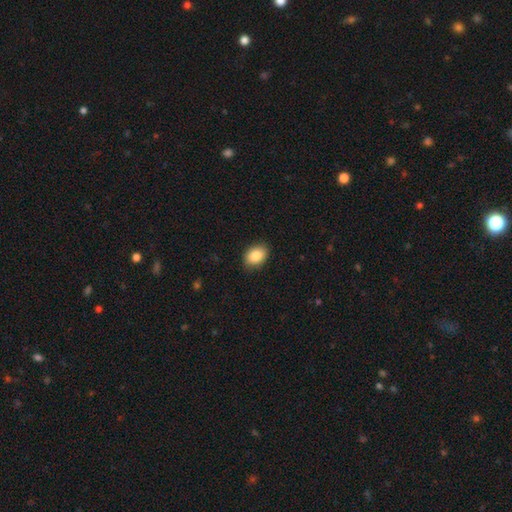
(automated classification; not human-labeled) Smooth or featured?
  - smooth: 86% *
  - star or artifact: 8%
  - featured or disk: 7%
How rounded?
  - in between: 76% *
  - round: 23%
  - cigar-shaped: 1%
Merging?
  - none: 87% *
  - minor disturbance: 10%
  - major disturbance: 2%
  - merger: 1%